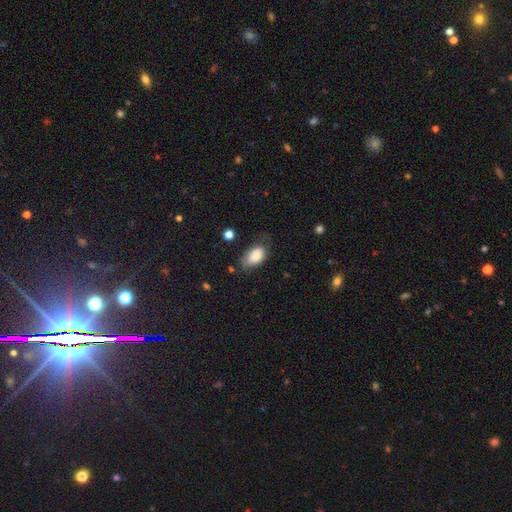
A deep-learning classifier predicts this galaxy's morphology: Q: Smooth or featured?
A: smooth (77%); runner-up: featured or disk (15%)
Q: How rounded?
A: in between (91%); runner-up: round (7%)
Q: Merging?
A: none (55%); runner-up: minor disturbance (30%)